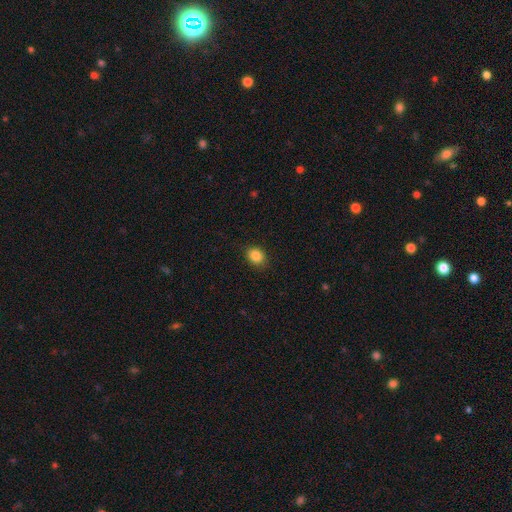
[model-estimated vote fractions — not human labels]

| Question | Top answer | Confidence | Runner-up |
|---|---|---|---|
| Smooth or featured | smooth | 86% | star or artifact (10%) |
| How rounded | round | 53% | in between (46%) |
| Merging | none | 86% | minor disturbance (10%) |